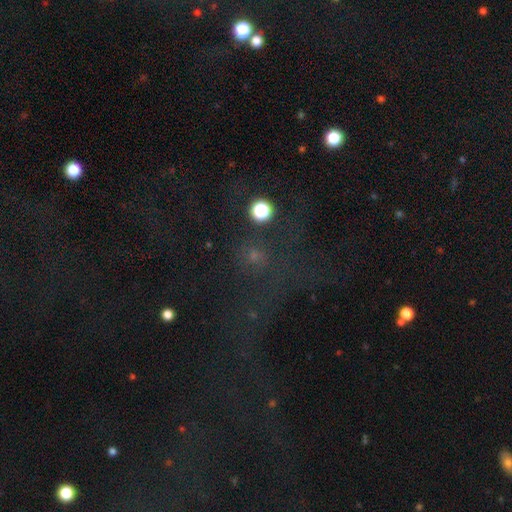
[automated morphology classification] Smooth or featured: star or artifact — 47% (smooth — 38%)